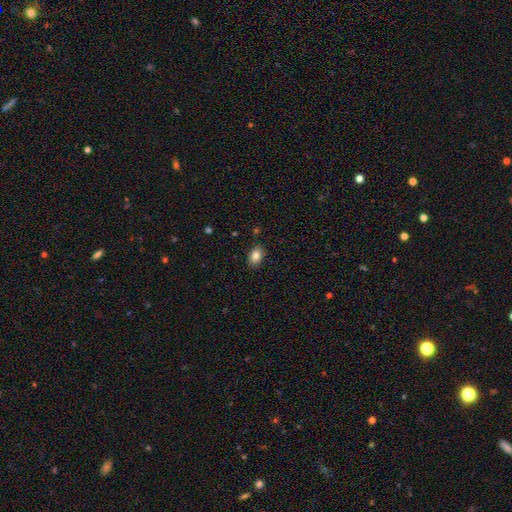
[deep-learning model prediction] Smooth or featured?
  - smooth: 84% *
  - star or artifact: 9%
  - featured or disk: 8%
How rounded?
  - in between: 83% *
  - round: 16%
  - cigar-shaped: 1%
Merging?
  - none: 87% *
  - minor disturbance: 10%
  - major disturbance: 2%
  - merger: 1%